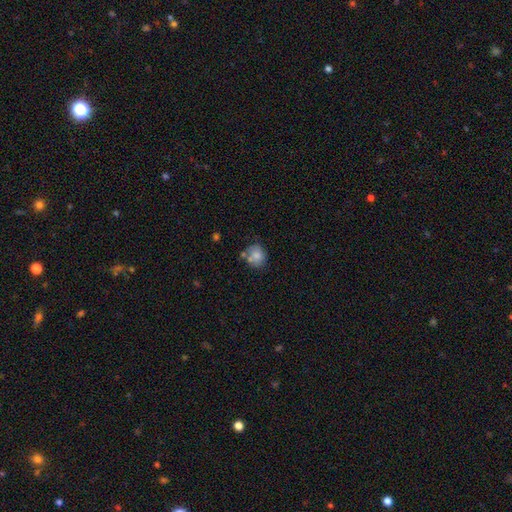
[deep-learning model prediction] Smooth or featured? smooth (75%)
How rounded? round (72%)
Merging? none (51%)